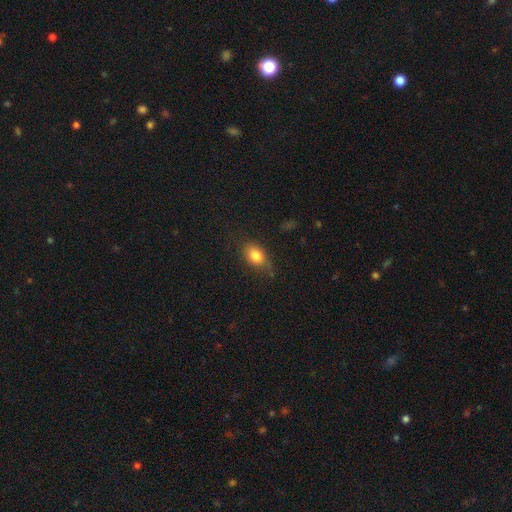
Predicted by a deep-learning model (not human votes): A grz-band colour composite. It shows a smooth galaxy with no disk features (81%) that is in between round and cigar-shaped (70%). Merging: none (66%).